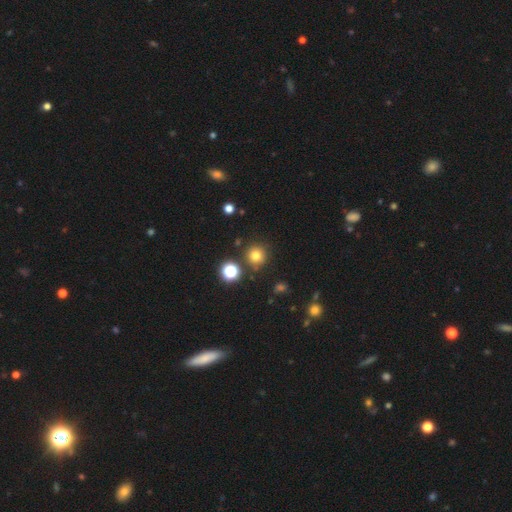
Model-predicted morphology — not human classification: Smooth or featured?
  - smooth: 75% *
  - star or artifact: 18%
  - featured or disk: 7%
How rounded?
  - round: 93% *
  - in between: 6%
  - cigar-shaped: 1%
Merging?
  - none: 82% *
  - minor disturbance: 9%
  - merger: 5%
  - major disturbance: 3%